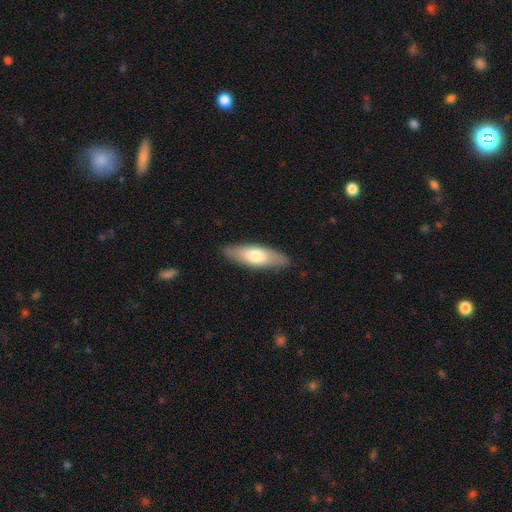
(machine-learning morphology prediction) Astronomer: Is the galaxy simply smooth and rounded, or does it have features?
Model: smooth — 67%.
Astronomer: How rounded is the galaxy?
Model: in between — 58% (runner-up: cigar-shaped, 40%).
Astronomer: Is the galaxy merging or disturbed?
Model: none — 86%.